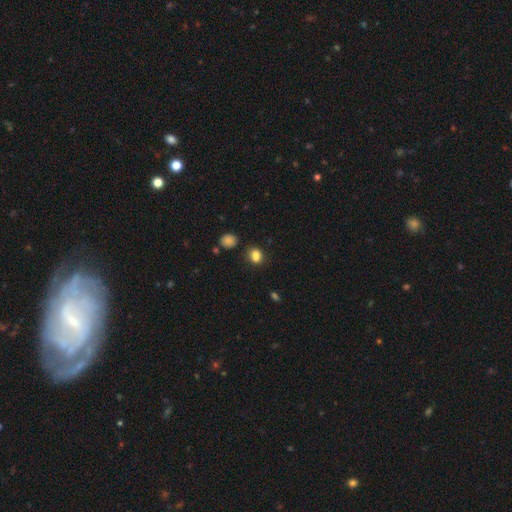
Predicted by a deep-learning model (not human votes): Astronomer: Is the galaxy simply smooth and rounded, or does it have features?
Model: smooth — 83%.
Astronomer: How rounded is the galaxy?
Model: in between — 54% (runner-up: round, 45%).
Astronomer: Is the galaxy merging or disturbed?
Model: none — 69%.